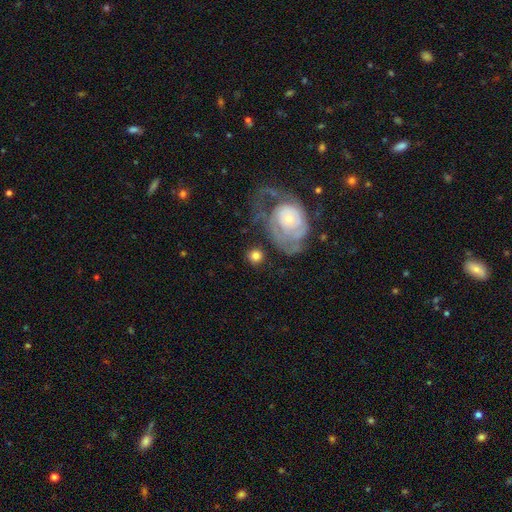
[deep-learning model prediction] Smooth or featured?
  - smooth: 66% *
  - featured or disk: 27%
  - star or artifact: 7%
How rounded?
  - round: 84% *
  - in between: 14%
  - cigar-shaped: 1%
Merging?
  - none: 69% *
  - minor disturbance: 12%
  - major disturbance: 9%
  - merger: 9%